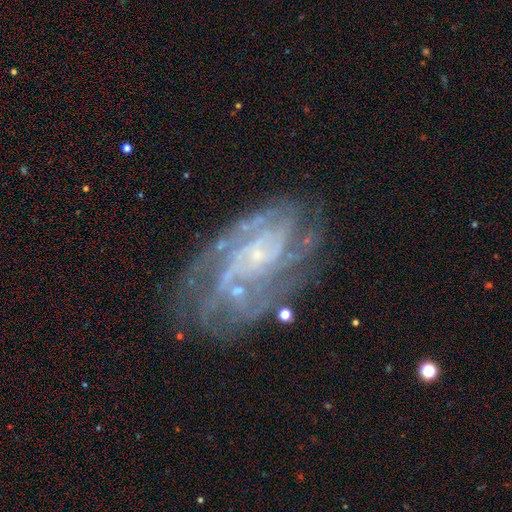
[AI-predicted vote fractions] Smooth or featured?
  - featured or disk: 84% *
  - star or artifact: 8%
  - smooth: 8%
Edge-on disk?
  - no: 96% *
  - yes: 4%
Bar?
  - no: 63% *
  - weak: 28%
  - strong: 8%
Spiral arms?
  - yes: 93% *
  - no: 7%
Spiral winding?
  - tight: 57% *
  - medium: 33%
  - loose: 10%
Spiral arm count?
  - can't tell: 33% *
  - 4: 17%
  - 3: 17%
  - 2: 16%
  - more than 4: 9%
  - 1: 7%
Bulge size?
  - small: 74% *
  - none: 15%
  - moderate: 9%
  - large: 1%
  - dominant: 1%
Merging?
  - none: 65% *
  - minor disturbance: 19%
  - major disturbance: 12%
  - merger: 4%